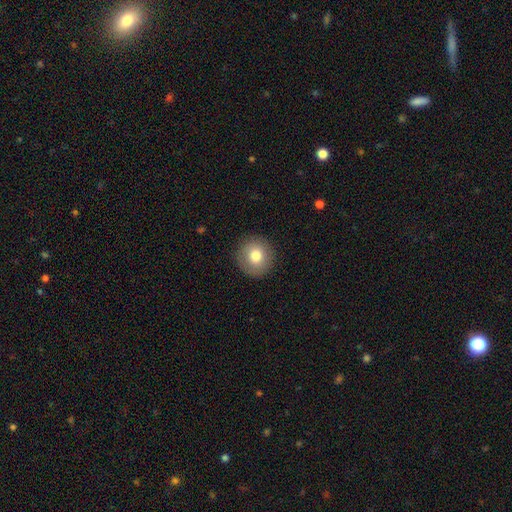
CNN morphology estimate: This appears to be a smooth galaxy with no disk features (78%) that is round (93%). Merging: none (90%).